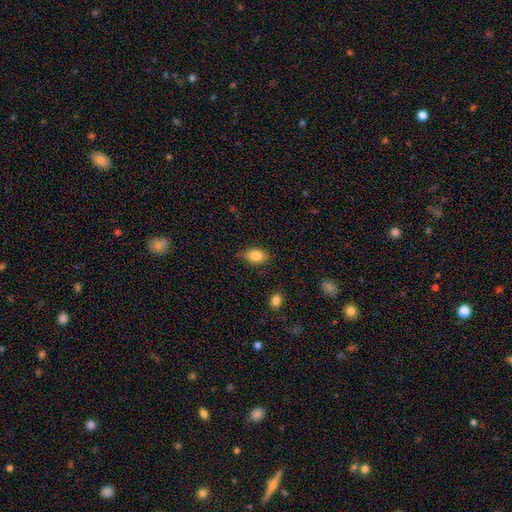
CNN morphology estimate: Smooth or featured? smooth (84%)
How rounded? in between (89%)
Merging? none (75%)